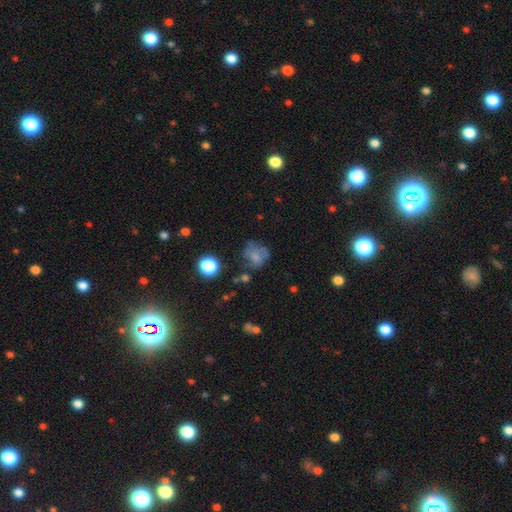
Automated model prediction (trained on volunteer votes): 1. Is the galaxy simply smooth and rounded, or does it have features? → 59% smooth, 26% featured or disk, 15% star or artifact.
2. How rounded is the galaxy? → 71% round, 28% in between, 1% cigar-shaped.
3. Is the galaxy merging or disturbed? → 46% none, 24% minor disturbance, 22% major disturbance, 7% merger.